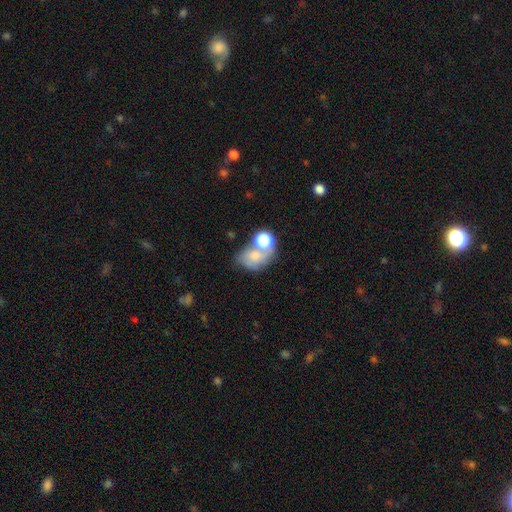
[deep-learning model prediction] A smooth galaxy with no disk features (61%) that is in between round and cigar-shaped (66%). Merging: merger (44%).